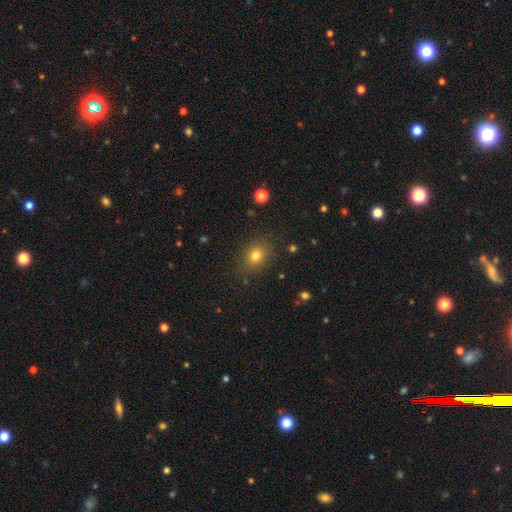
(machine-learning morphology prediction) smooth-or-featured: smooth: 78% | star or artifact: 14% | featured or disk: 8%
  how-rounded: round: 57% | in between: 42% | cigar-shaped: 1%
  merging: none: 84% | minor disturbance: 11% | major disturbance: 4% | merger: 2%